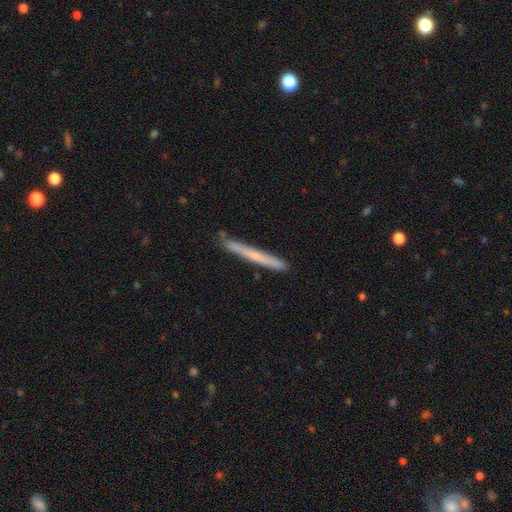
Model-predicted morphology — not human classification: Smooth or featured?
  - smooth: 56% *
  - featured or disk: 38%
  - star or artifact: 6%
How rounded?
  - cigar-shaped: 97% *
  - in between: 2%
  - round: 1%
Merging?
  - none: 87% *
  - minor disturbance: 10%
  - merger: 2%
  - major disturbance: 2%